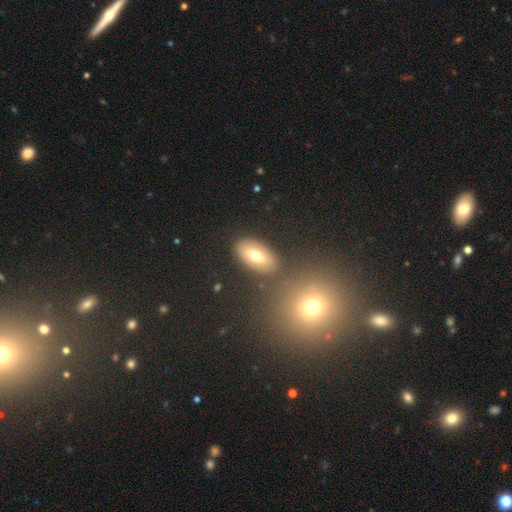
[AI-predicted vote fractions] smooth-or-featured: smooth: 63% | featured or disk: 27% | star or artifact: 10%
  how-rounded: in between: 90% | round: 6% | cigar-shaped: 4%
  merging: none: 82% | minor disturbance: 10% | merger: 5% | major disturbance: 3%